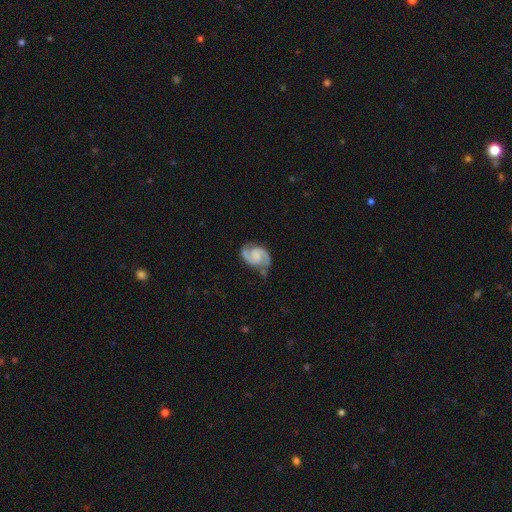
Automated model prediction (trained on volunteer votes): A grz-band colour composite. It shows a featured or disk galaxy (89%) with no bar (52%), 2 (93%) medium (57%) spiral arms (98%) and no central bulge (42%). Merging: none (73%).